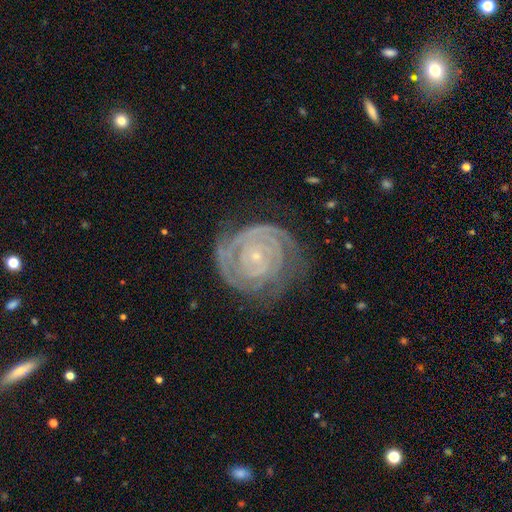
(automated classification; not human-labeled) smooth-or-featured: featured or disk: 88% | star or artifact: 6% | smooth: 6%
  disk-edge-on: no: 97% | yes: 3%
    bar: no: 76% | weak: 16% | strong: 8%
    has-spiral-arms: yes: 98% | no: 2%
      spiral-winding: tight: 85% | medium: 13% | loose: 2%
      spiral-arm-count: 2: 38% | 3: 21% | can't tell: 19% | 4: 10% | more than 4: 6% | 1: 6%
    bulge-size: small: 86% | moderate: 10% | none: 2% | large: 1% | dominant: 1%
  merging: none: 71% | minor disturbance: 19% | major disturbance: 8% | merger: 1%